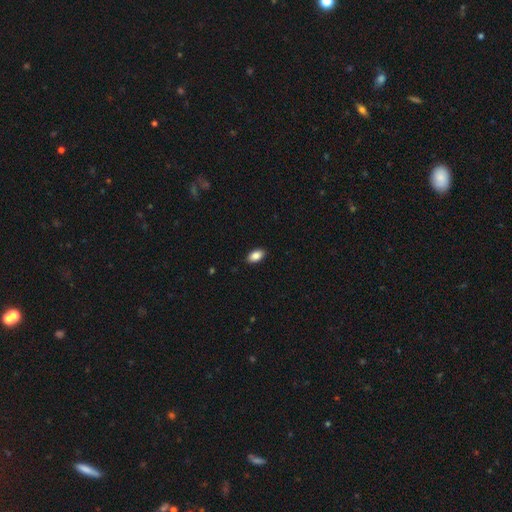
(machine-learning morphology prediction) Q: Smooth or featured?
A: smooth (87%); runner-up: star or artifact (7%)
Q: How rounded?
A: in between (93%); runner-up: round (4%)
Q: Merging?
A: none (89%); runner-up: minor disturbance (8%)